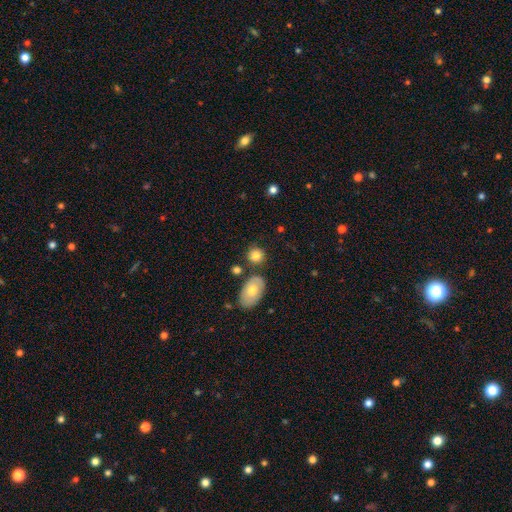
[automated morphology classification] Smooth or featured?
  - smooth: 82% *
  - featured or disk: 9%
  - star or artifact: 9%
How rounded?
  - round: 79% *
  - in between: 20%
  - cigar-shaped: 1%
Merging?
  - none: 74% *
  - minor disturbance: 12%
  - merger: 10%
  - major disturbance: 4%